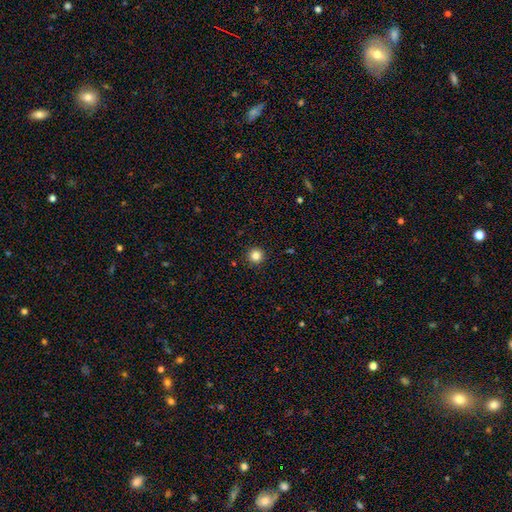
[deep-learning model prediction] Q: Smooth or featured?
A: smooth (84%); runner-up: star or artifact (12%)
Q: How rounded?
A: round (96%); runner-up: in between (3%)
Q: Merging?
A: none (92%); runner-up: minor disturbance (5%)